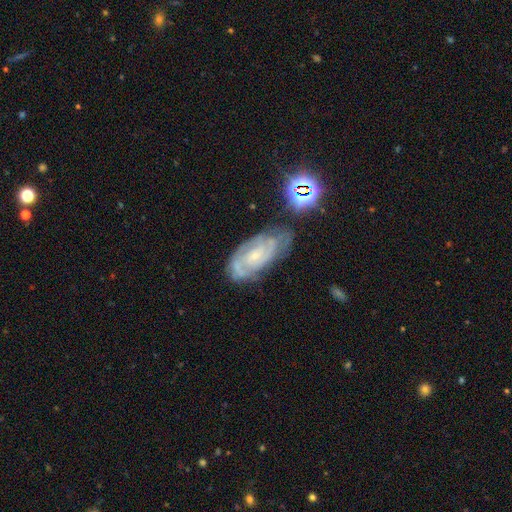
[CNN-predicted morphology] Smooth or featured? Predicted: featured or disk (p=0.78). Edge-on disk? Predicted: no (p=0.94). Bar? Predicted: no (p=0.62). Spiral arms? Predicted: yes (p=0.92). Spiral winding? Predicted: tight (p=0.59). Spiral arm count? Predicted: 2 (p=0.43). Bulge size? Predicted: small (p=0.65). Merging? Predicted: none (p=0.58).